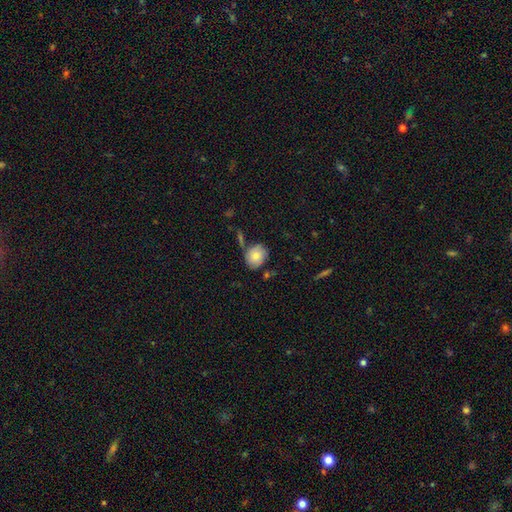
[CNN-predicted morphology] Smooth or featured?
  - smooth: 70% *
  - featured or disk: 22%
  - star or artifact: 8%
How rounded?
  - round: 63% *
  - in between: 35%
  - cigar-shaped: 1%
Merging?
  - none: 63% *
  - minor disturbance: 21%
  - merger: 10%
  - major disturbance: 6%